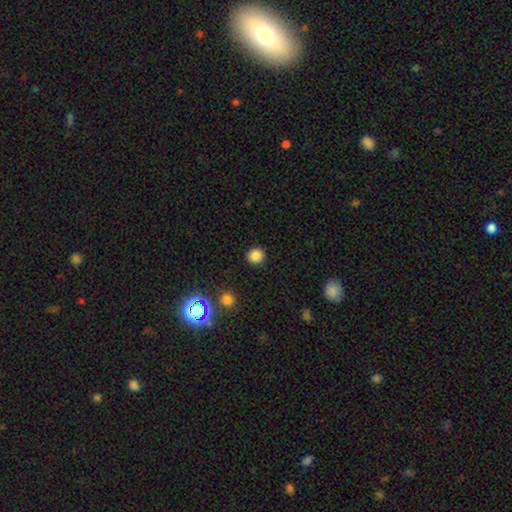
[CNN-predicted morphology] smooth_or_featured: smooth (p=0.83) [alt: star or artifact p=0.13]
how_rounded: round (p=0.91) [alt: in between p=0.08]
merging: none (p=0.91) [alt: minor disturbance p=0.06]